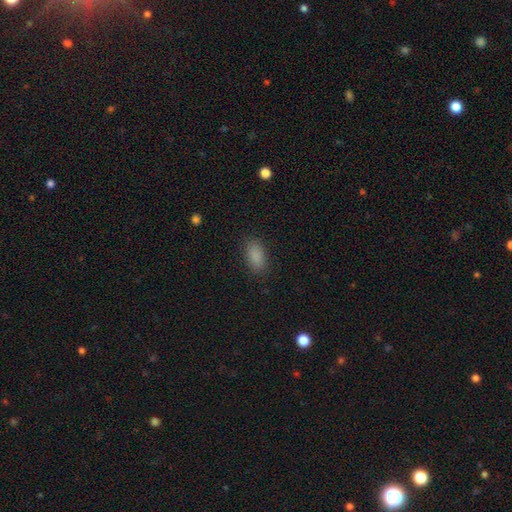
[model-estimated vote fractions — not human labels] Smooth or featured?
  - smooth: 87% *
  - star or artifact: 9%
  - featured or disk: 3%
How rounded?
  - in between: 91% *
  - round: 6%
  - cigar-shaped: 3%
Merging?
  - none: 87% *
  - minor disturbance: 9%
  - major disturbance: 3%
  - merger: 1%